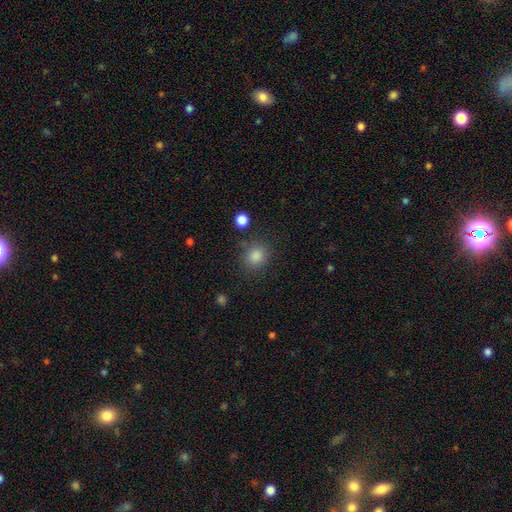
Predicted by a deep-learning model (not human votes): smooth-or-featured: smooth: 83% | star or artifact: 12% | featured or disk: 4%
  how-rounded: round: 78% | in between: 21% | cigar-shaped: 1%
  merging: none: 84% | minor disturbance: 10% | major disturbance: 4% | merger: 3%